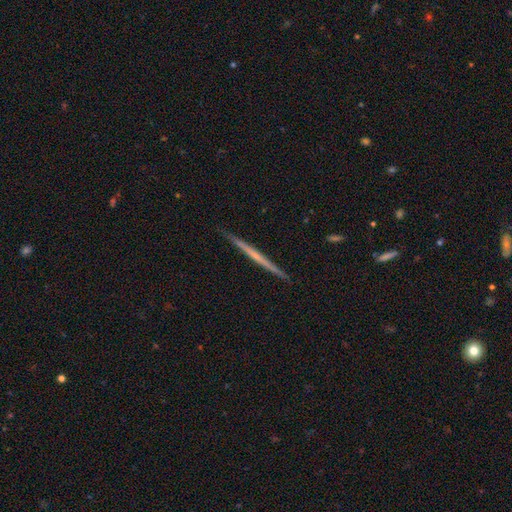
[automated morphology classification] featured or disk 63%, smooth 32%, star or artifact 5%. Down the decision tree: edge-on disk — yes (98%); edge-on bulge — none (83%); merging — none (92%).